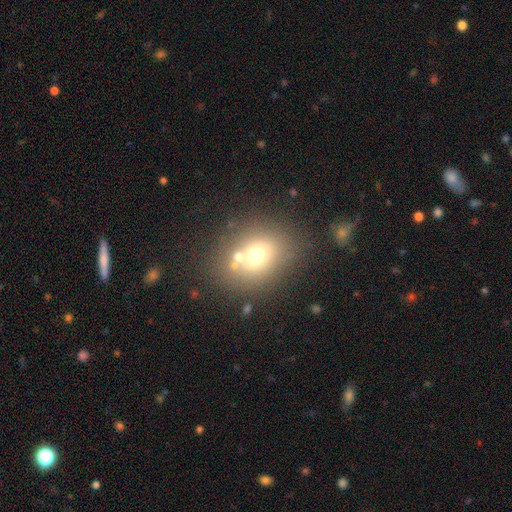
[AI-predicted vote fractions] Morphology: type=smooth (63%); roundness=round (56%); merging=none (60%).